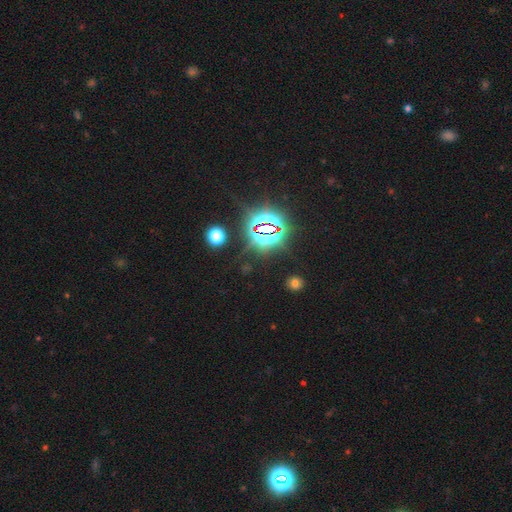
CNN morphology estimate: This is clearly a star or artifact rather than a galaxy (81%).